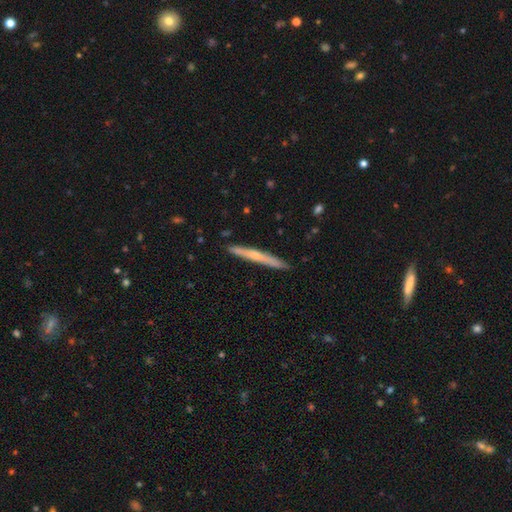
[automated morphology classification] smooth_or_featured: featured or disk (p=0.51) [alt: smooth p=0.43]
disk_edge_on: yes (p=0.96) [alt: no p=0.04]
merging: none (p=0.90) [alt: minor disturbance p=0.08]